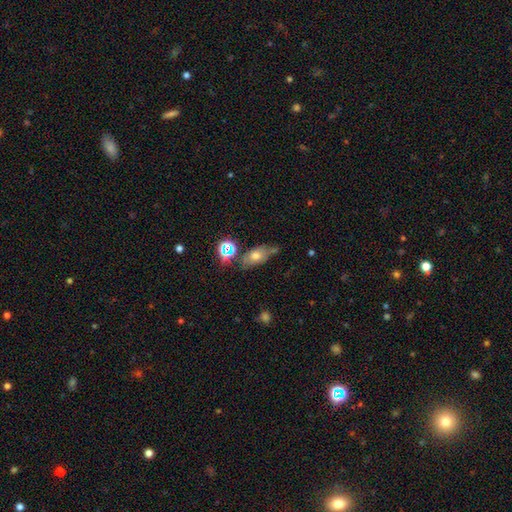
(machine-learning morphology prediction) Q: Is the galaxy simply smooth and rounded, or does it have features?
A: smooth — 55%.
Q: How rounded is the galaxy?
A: in between — 75%.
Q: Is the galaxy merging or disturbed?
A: none — 56%.